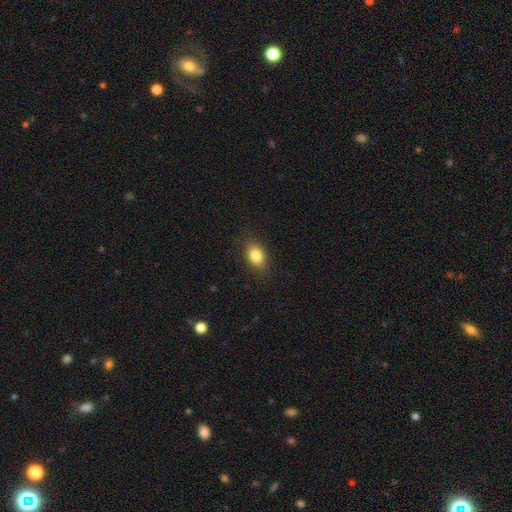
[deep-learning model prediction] Morphology: type=smooth (83%); roundness=in between (77%); merging=none (86%).